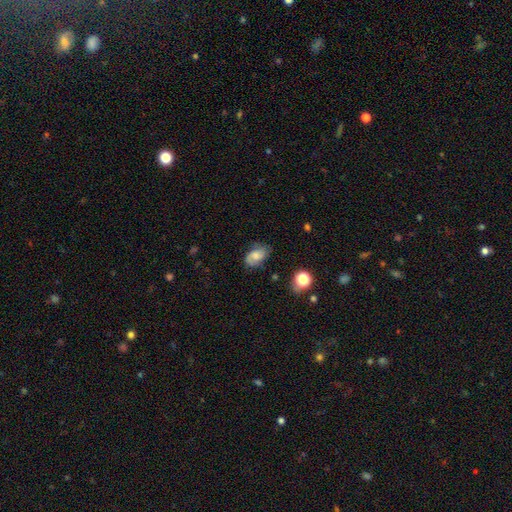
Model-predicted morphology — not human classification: Overall: smooth (48%; featured or disk 41%). Merging: none (67%).